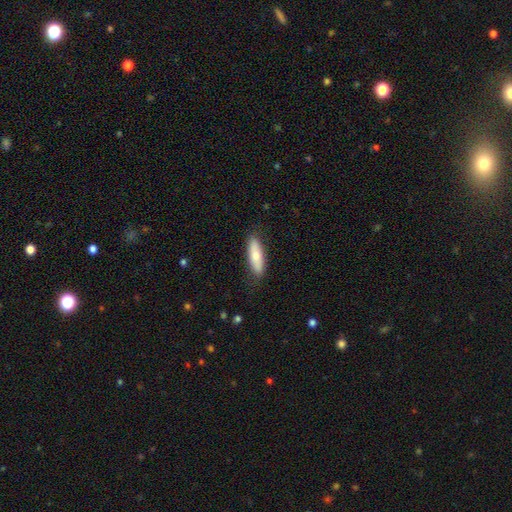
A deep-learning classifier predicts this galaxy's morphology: smooth-or-featured: smooth: 66% | featured or disk: 28% | star or artifact: 6%
  how-rounded: cigar-shaped: 51% | in between: 47% | round: 2%
  merging: none: 84% | minor disturbance: 13% | major disturbance: 3% | merger: 1%